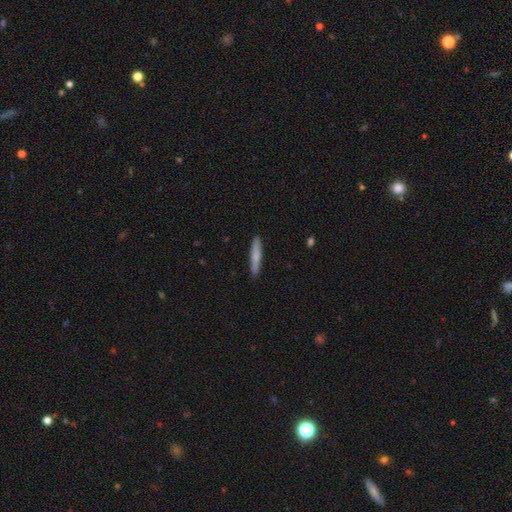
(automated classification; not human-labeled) A smooth galaxy with no disk features (71%) that is cigar-shaped (93%). Merging: none (90%).